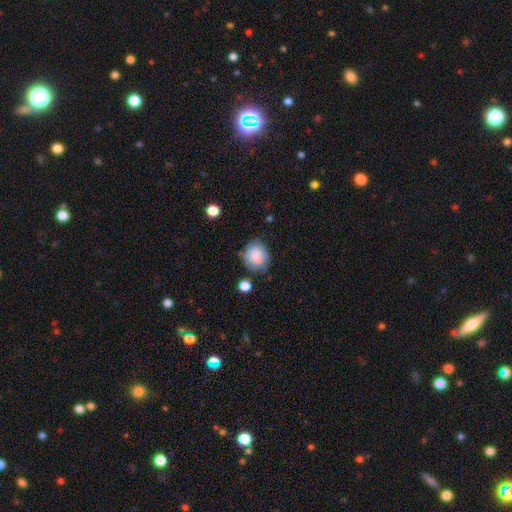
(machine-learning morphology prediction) Overall: smooth (83%). How rounded: round (73%). Merging: none (68%).